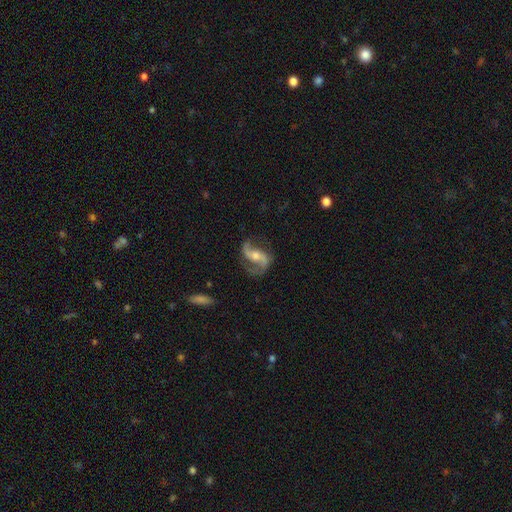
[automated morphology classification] Smooth or featured? Predicted: featured or disk (p=0.89). Edge-on disk? Predicted: no (p=0.97). Bar? Predicted: no (p=0.44). Spiral arms? Predicted: yes (p=0.97). Spiral winding? Predicted: loose (p=0.58). Spiral arm count? Predicted: 2 (p=0.92). Bulge size? Predicted: moderate (p=0.56). Merging? Predicted: none (p=0.72).